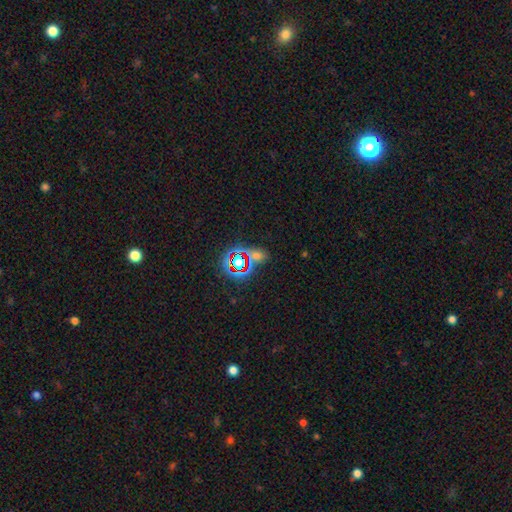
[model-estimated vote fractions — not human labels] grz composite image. It shows a star or artifact, not a galaxy (55%).